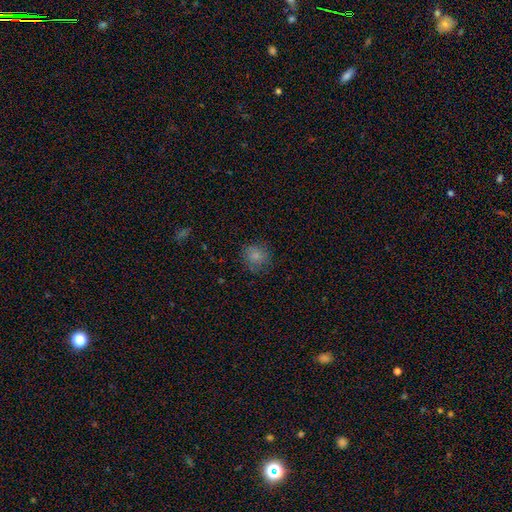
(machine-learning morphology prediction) smooth-or-featured: smooth: 82% | star or artifact: 11% | featured or disk: 7%
  how-rounded: round: 83% | in between: 16% | cigar-shaped: 1%
  merging: none: 79% | minor disturbance: 15% | major disturbance: 5% | merger: 1%